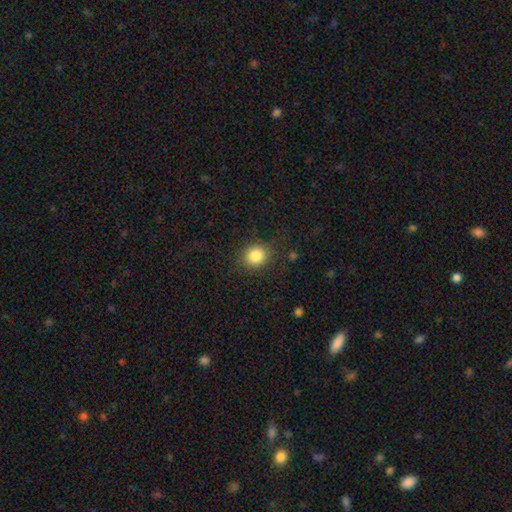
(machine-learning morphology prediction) A smooth galaxy with no disk features (84%) that is round (78%).

Vote fractions:
- Smooth or featured? smooth: 84% / star or artifact: 10% / featured or disk: 5%
- How rounded? round: 78% / in between: 21% / cigar-shaped: 1%
- Merging? none: 86% / minor disturbance: 9% / major disturbance: 4% / merger: 1%